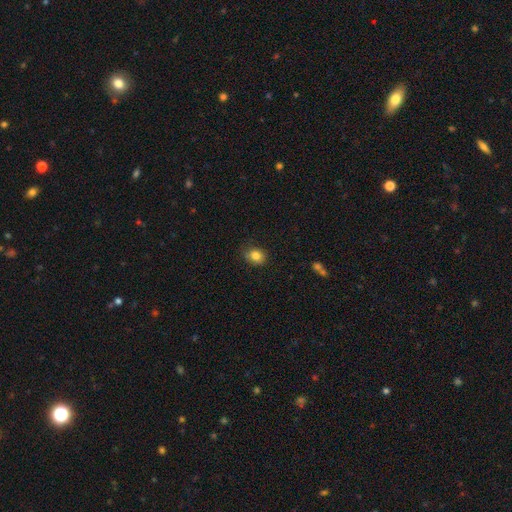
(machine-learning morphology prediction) type=smooth (83%); roundness=round (62%); merging=none (76%).